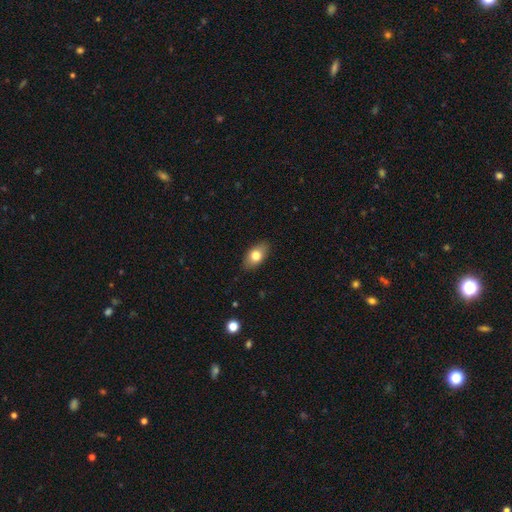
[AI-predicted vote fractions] Smooth or featured? smooth (77%)
How rounded? in between (89%)
Merging? none (86%)